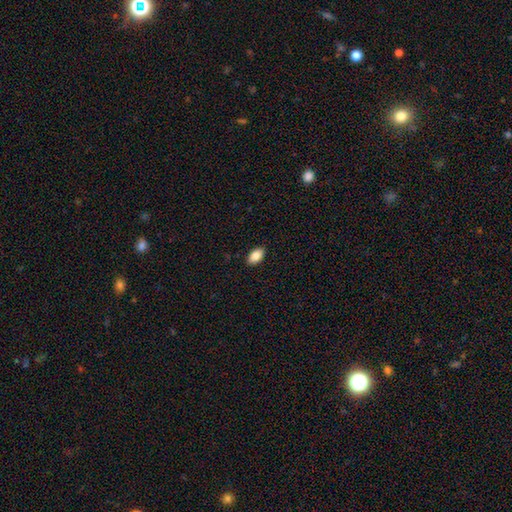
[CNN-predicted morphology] This appears to be a smooth galaxy with no disk features (86%) that is in between round and cigar-shaped (94%). Merging: none (90%).